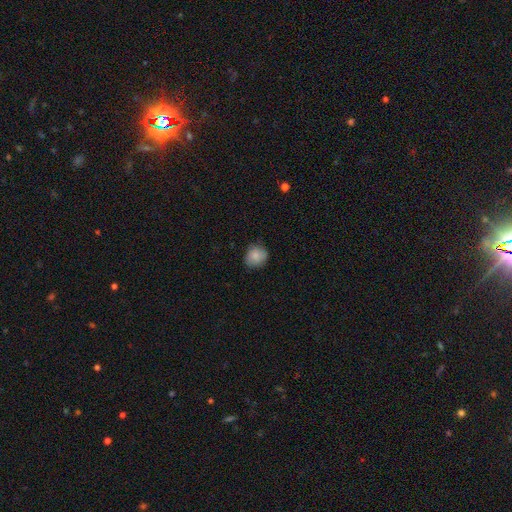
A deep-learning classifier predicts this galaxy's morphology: Smooth or featured?
  - smooth: 84% *
  - featured or disk: 8%
  - star or artifact: 8%
How rounded?
  - round: 81% *
  - in between: 18%
  - cigar-shaped: 1%
Merging?
  - none: 79% *
  - minor disturbance: 17%
  - major disturbance: 3%
  - merger: 1%